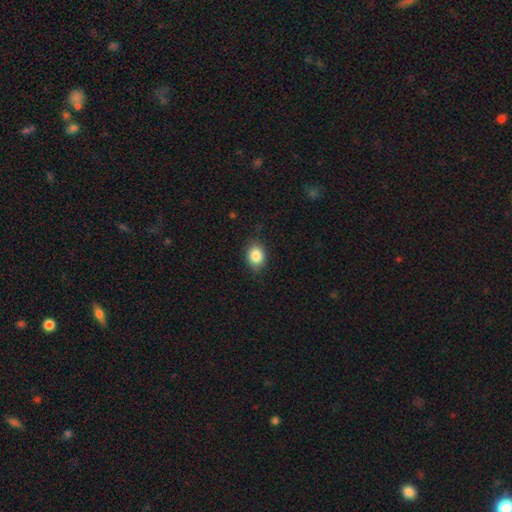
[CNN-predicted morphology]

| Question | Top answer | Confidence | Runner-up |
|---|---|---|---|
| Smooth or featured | smooth | 85% | star or artifact (9%) |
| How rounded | in between | 62% | round (37%) |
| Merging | none | 83% | minor disturbance (14%) |